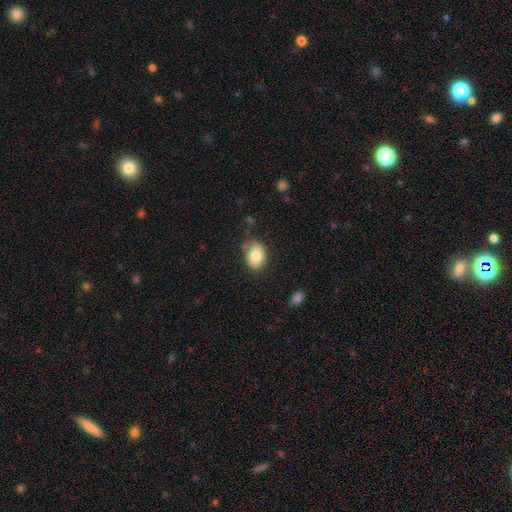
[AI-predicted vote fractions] A smooth galaxy with no disk features (82%) that is in between round and cigar-shaped (78%).

Vote fractions:
- Smooth or featured? smooth: 82% / featured or disk: 10% / star or artifact: 8%
- How rounded? in between: 78% / round: 21% / cigar-shaped: 1%
- Merging? none: 76% / minor disturbance: 17% / major disturbance: 4% / merger: 3%